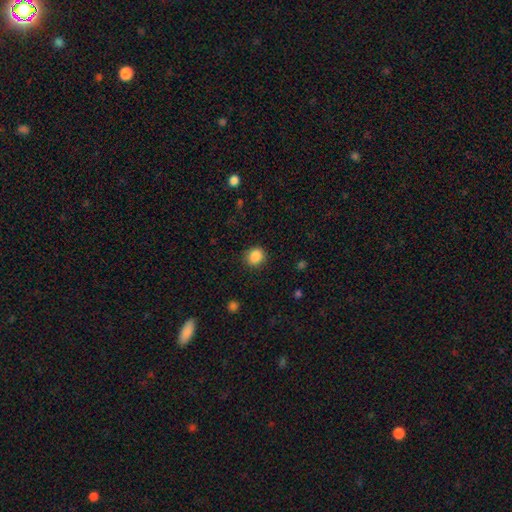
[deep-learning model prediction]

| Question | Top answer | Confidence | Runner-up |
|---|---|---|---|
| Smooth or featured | smooth | 87% | star or artifact (10%) |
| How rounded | round | 80% | in between (19%) |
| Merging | none | 85% | minor disturbance (10%) |